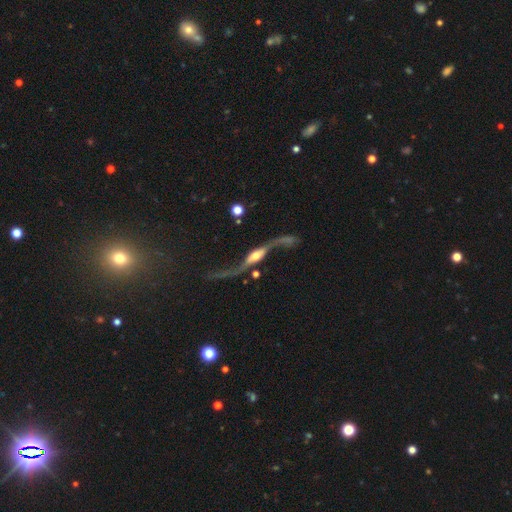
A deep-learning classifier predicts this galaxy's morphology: featured or disk 86%, smooth 9%, star or artifact 6%. Down the decision tree: edge-on disk — no (68%); bar — no (46%); spiral arms — yes (91%); spiral arm count — 2 (92%); spiral winding — loose (95%); bulge size — moderate (51%); merging — none (49%).